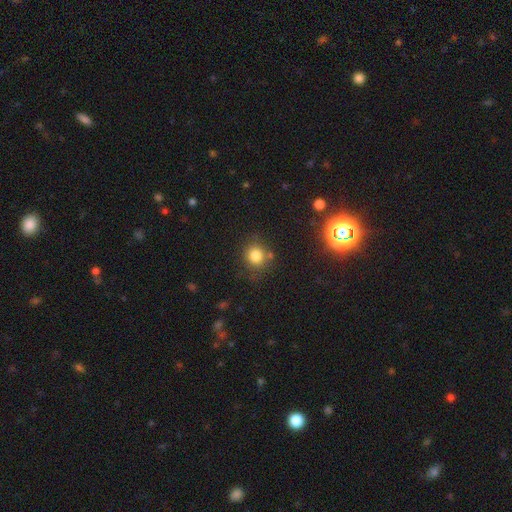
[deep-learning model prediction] A smooth galaxy with no disk features (80%) that is round (83%).

Vote fractions:
- Smooth or featured? smooth: 80% / star or artifact: 13% / featured or disk: 7%
- How rounded? round: 83% / in between: 16% / cigar-shaped: 1%
- Merging? none: 75% / minor disturbance: 13% / merger: 8% / major disturbance: 4%